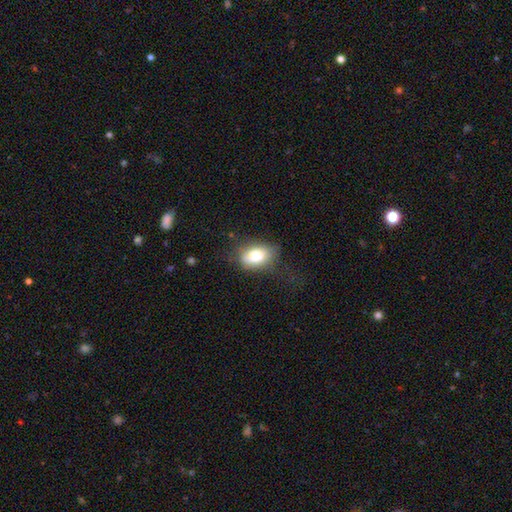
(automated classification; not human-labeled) Q: Smooth or featured?
A: smooth (77%); runner-up: featured or disk (14%)
Q: How rounded?
A: in between (83%); runner-up: round (16%)
Q: Merging?
A: none (63%); runner-up: minor disturbance (25%)